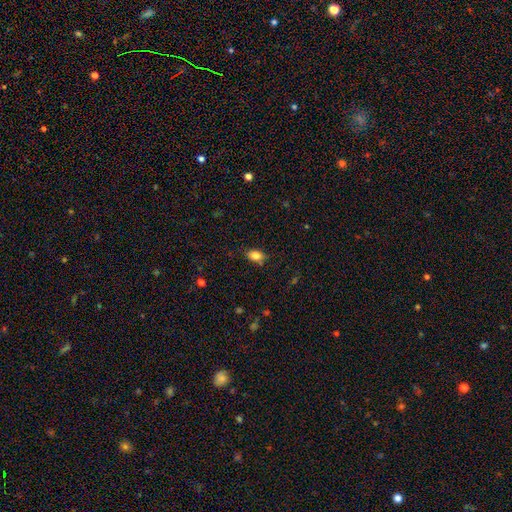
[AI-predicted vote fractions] This appears to be a smooth galaxy with no disk features (83%) that is in between round and cigar-shaped (84%). Merging: none (80%).